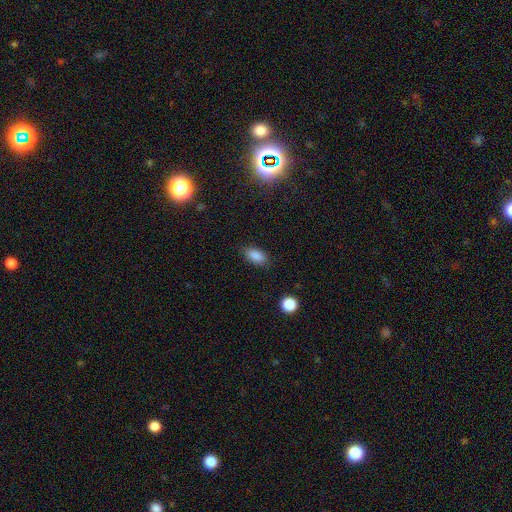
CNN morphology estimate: This appears to be a smooth galaxy with no disk features (87%) that is in between round and cigar-shaped (90%). Merging: none (83%).